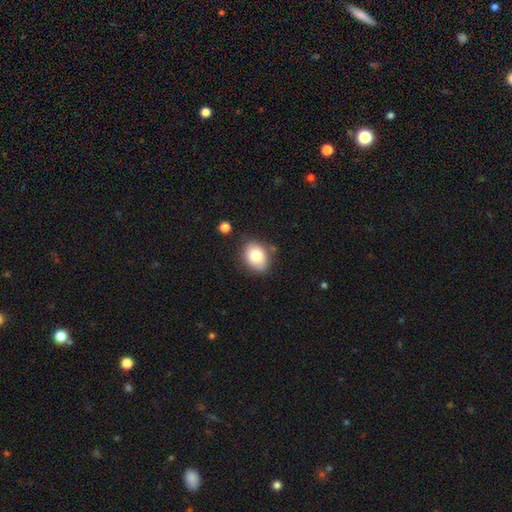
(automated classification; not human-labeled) A smooth galaxy with no disk features (81%) that is in between round and cigar-shaped (68%). Merging: none (76%).